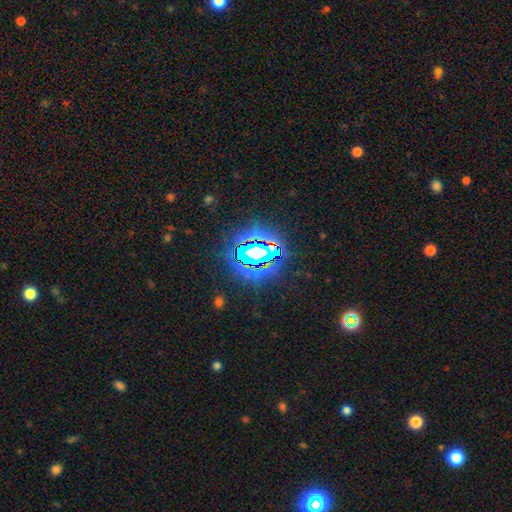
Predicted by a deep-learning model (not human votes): Smooth or featured? Predicted: star or artifact (p=0.75).